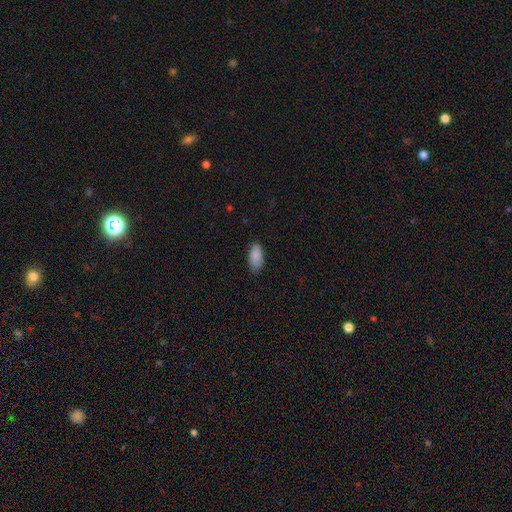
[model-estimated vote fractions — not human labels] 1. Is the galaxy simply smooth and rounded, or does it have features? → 89% smooth, 7% star or artifact, 4% featured or disk.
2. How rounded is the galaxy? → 90% in between, 8% cigar-shaped, 2% round.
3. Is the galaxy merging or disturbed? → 78% none, 18% minor disturbance, 3% major disturbance, 1% merger.